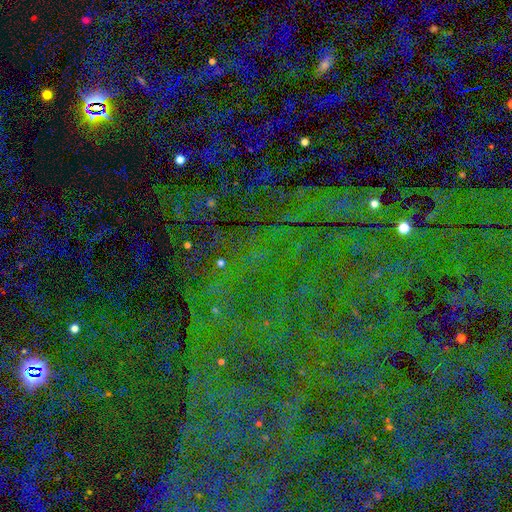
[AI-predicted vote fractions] This appears to be a star or artifact, not a galaxy (83%).